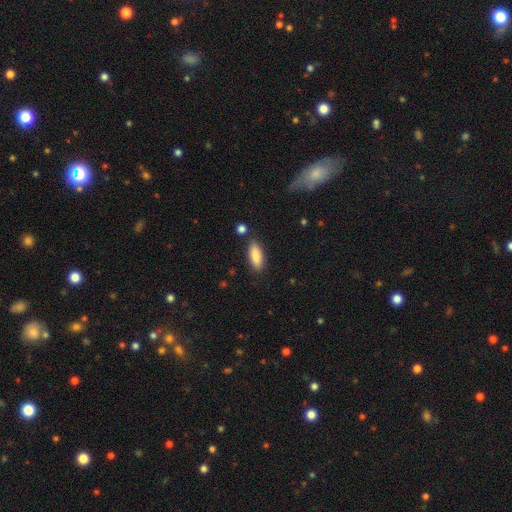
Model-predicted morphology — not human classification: A smooth galaxy with no disk features (86%) that is in between round and cigar-shaped (71%). Merging: none (83%).